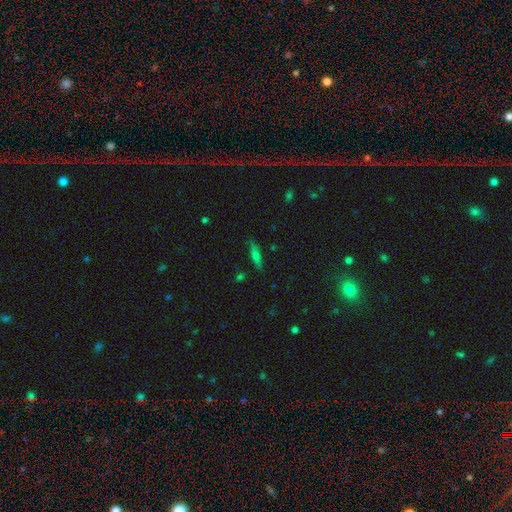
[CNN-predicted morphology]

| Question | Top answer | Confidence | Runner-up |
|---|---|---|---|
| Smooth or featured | smooth | 53% | featured or disk (37%) |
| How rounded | cigar-shaped | 76% | in between (21%) |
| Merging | none | 83% | minor disturbance (13%) |